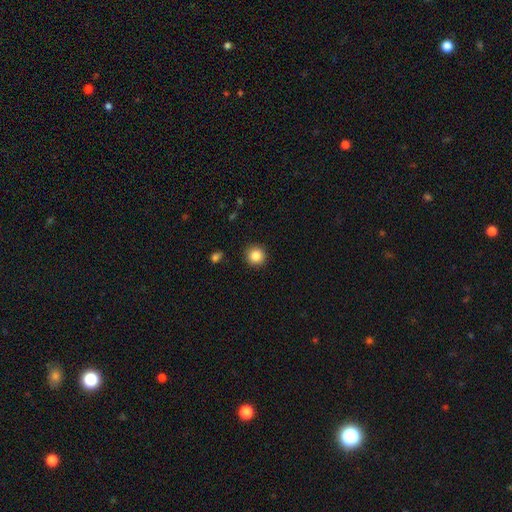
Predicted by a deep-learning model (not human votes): Overall: smooth (86%). How rounded: round (94%). Merging: none (91%).